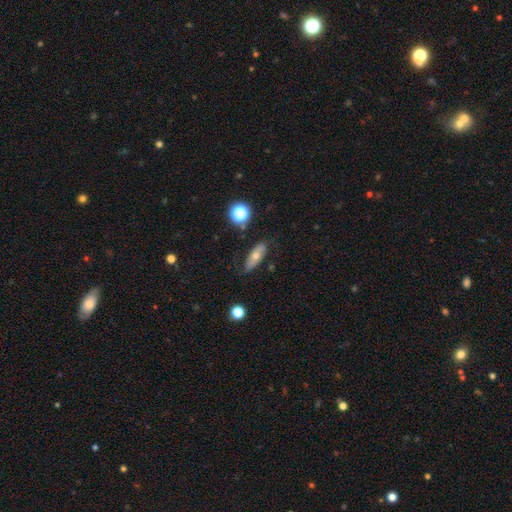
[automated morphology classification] Smooth or featured: smooth — 57% (featured or disk — 34%)
How rounded: in between — 67% (cigar-shaped — 27%)
Merging: none — 73% (minor disturbance — 21%)